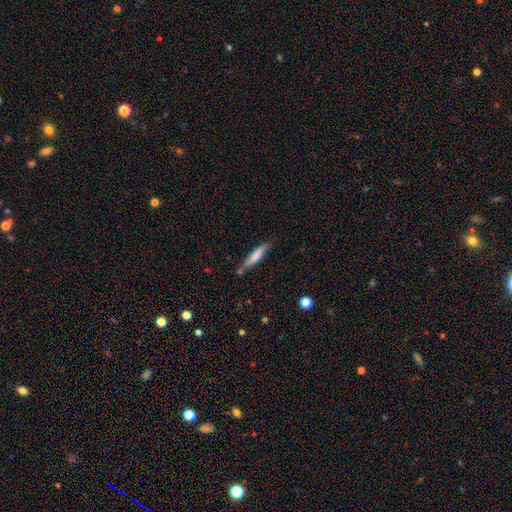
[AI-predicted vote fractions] smooth-or-featured: smooth: 67% | featured or disk: 27% | star or artifact: 6%
  how-rounded: cigar-shaped: 85% | in between: 14% | round: 1%
  merging: none: 71% | minor disturbance: 19% | merger: 6% | major disturbance: 4%